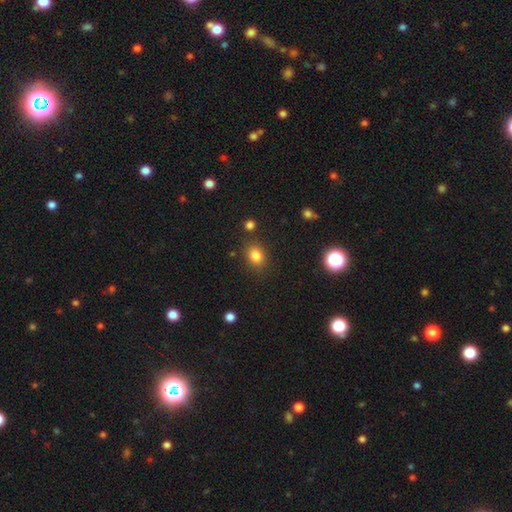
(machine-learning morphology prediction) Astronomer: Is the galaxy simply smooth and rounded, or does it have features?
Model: smooth — 82%.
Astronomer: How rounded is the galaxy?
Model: in between — 52% (runner-up: round, 47%).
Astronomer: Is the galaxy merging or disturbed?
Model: none — 81%.